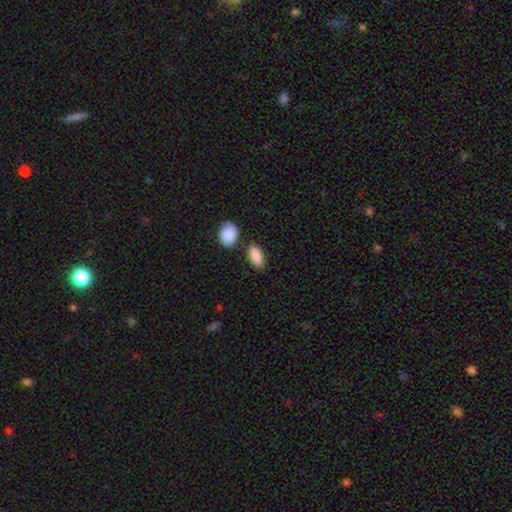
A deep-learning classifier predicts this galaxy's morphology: A smooth galaxy with no disk features (89%) that is in between round and cigar-shaped (89%).

Vote fractions:
- Smooth or featured? smooth: 89% / star or artifact: 6% / featured or disk: 5%
- How rounded? in between: 89% / cigar-shaped: 7% / round: 4%
- Merging? none: 77% / minor disturbance: 12% / merger: 9% / major disturbance: 3%